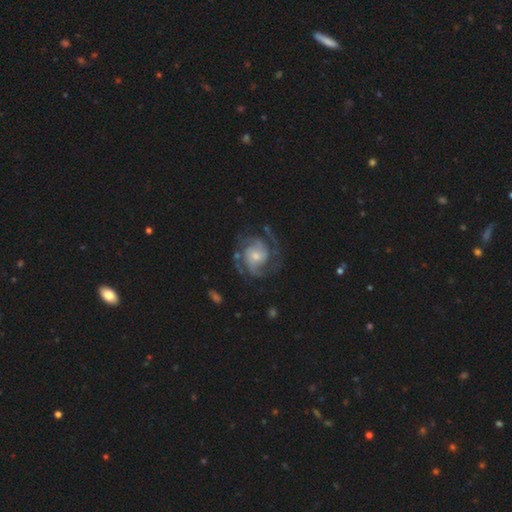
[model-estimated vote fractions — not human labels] Morphology: type=featured or disk (86%); edge-on=no (98%); bar=no (61%); spiral arms=yes (95%); winding=medium (45%); arm count=2 (43%); bulge=moderate (49%); merging=none (66%).